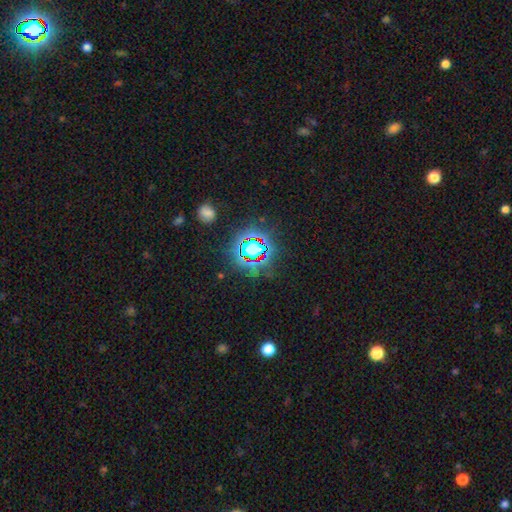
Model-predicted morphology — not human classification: Smooth or featured? star or artifact (73%)